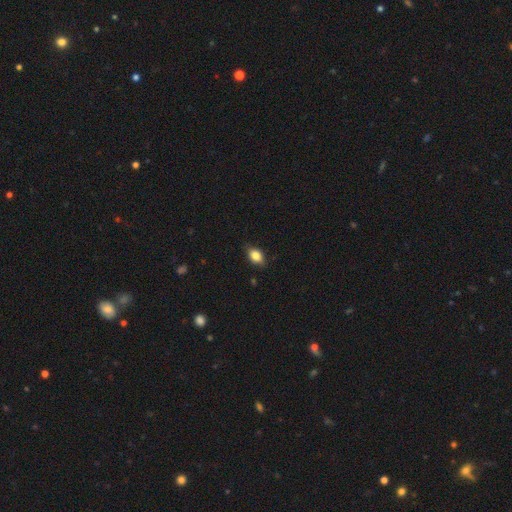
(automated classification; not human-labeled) A smooth galaxy with no disk features (83%) that is in between round and cigar-shaped (82%). Merging: none (83%).